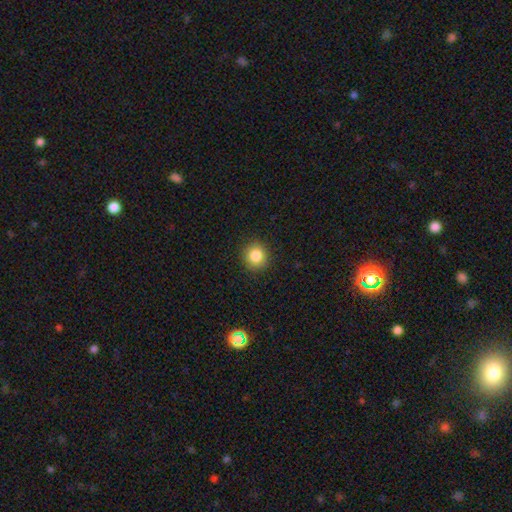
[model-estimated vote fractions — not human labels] A smooth galaxy with no disk features (84%) that is round (91%).

Vote fractions:
- Smooth or featured? smooth: 84% / star or artifact: 11% / featured or disk: 5%
- How rounded? round: 91% / in between: 8% / cigar-shaped: 1%
- Merging? none: 91% / minor disturbance: 6% / major disturbance: 2% / merger: 1%